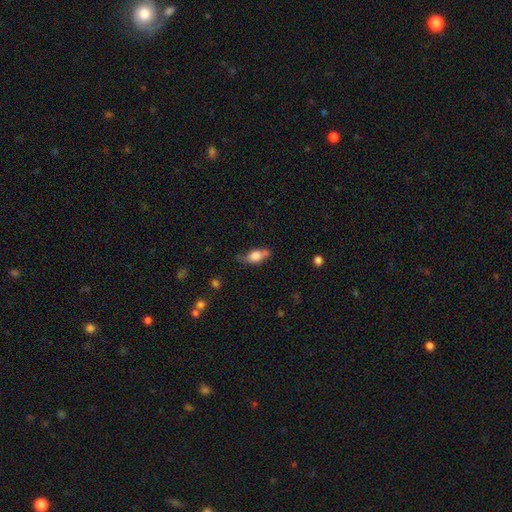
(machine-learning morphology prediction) smooth 66%, featured or disk 26%, star or artifact 8%. Down the decision tree: how rounded — in between (77%); merging — none (54%).